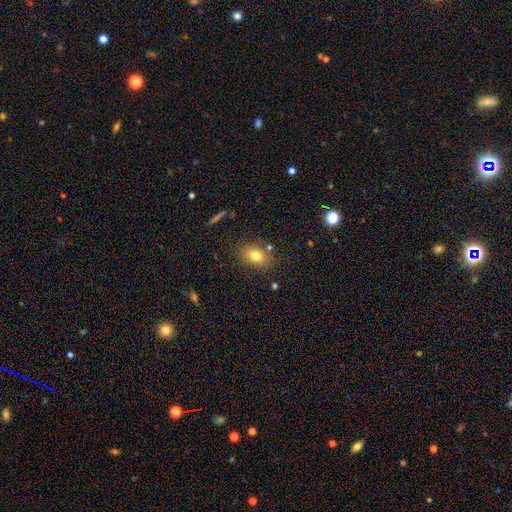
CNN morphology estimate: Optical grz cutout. It shows a smooth galaxy with no disk features (77%) that is in between round and cigar-shaped (76%). Merging: none (79%).